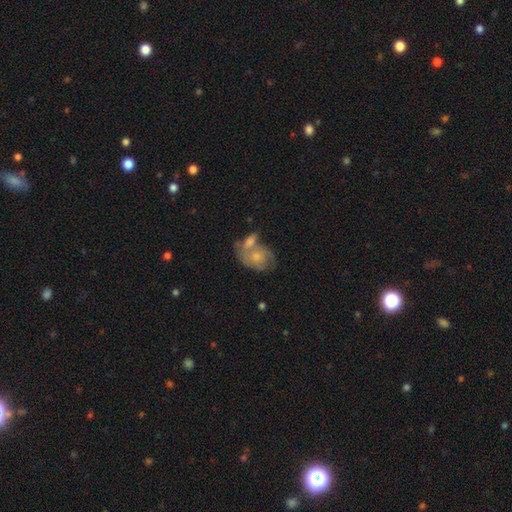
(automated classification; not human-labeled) smooth_or_featured: featured or disk (p=0.55) [alt: smooth p=0.37]
disk_edge_on: no (p=0.96) [alt: yes p=0.04]
bar: no (p=0.78) [alt: weak p=0.19]
has_spiral_arms: yes (p=0.75) [alt: no p=0.25]
bulge_size: moderate (p=0.46) [alt: small p=0.30]
merging: merger (p=0.45) [alt: none p=0.31]